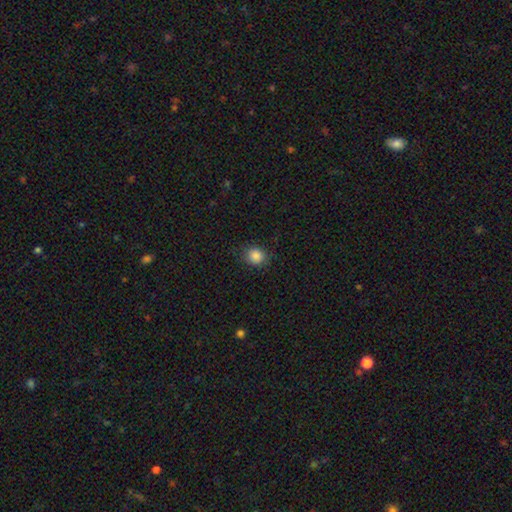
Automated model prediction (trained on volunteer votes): The model was most divided on "how rounded": round: 77%, in between: 22%, cigar-shaped: 1%. More confident: smooth or featured — smooth (86%); merging — none (85%).